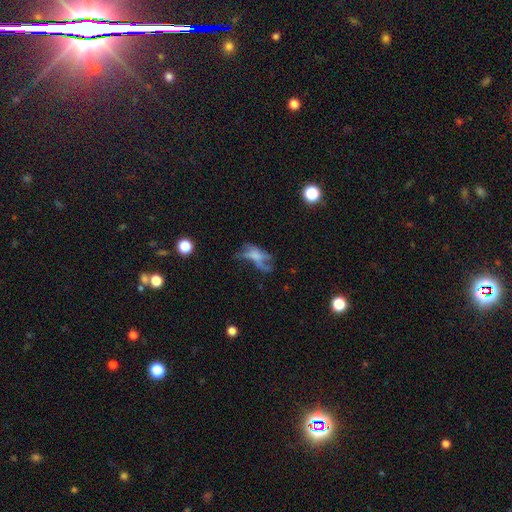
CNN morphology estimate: smooth_or_featured: featured or disk (p=0.46) [alt: smooth p=0.37]
merging: major disturbance (p=0.41) [alt: none p=0.31]